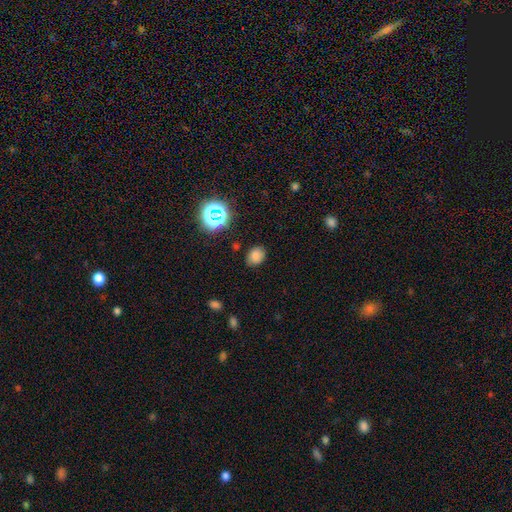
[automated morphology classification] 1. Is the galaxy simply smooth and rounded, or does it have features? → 76% smooth, 17% star or artifact, 7% featured or disk.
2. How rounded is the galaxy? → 54% in between, 45% round, 1% cigar-shaped.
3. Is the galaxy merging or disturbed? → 81% none, 14% minor disturbance, 4% major disturbance, 2% merger.